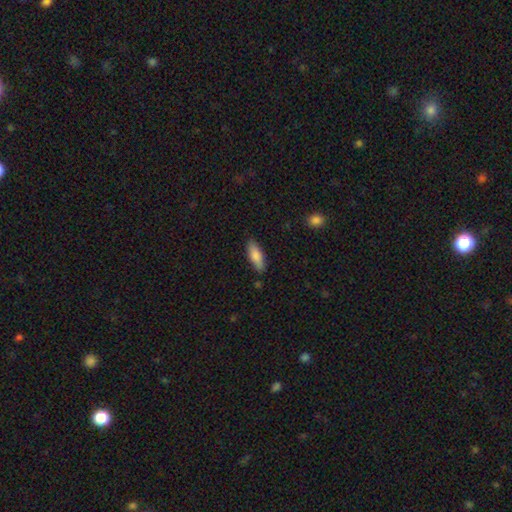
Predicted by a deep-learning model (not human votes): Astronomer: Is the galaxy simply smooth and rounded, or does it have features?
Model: smooth — 82%.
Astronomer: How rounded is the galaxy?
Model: in between — 63%.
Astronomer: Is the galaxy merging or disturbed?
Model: none — 84%.